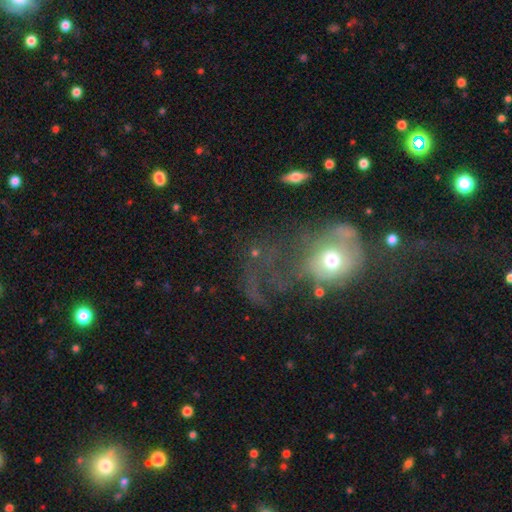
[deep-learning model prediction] A smooth galaxy with no disk features (45%).

Vote fractions:
- Smooth or featured? smooth: 45% / featured or disk: 35% / star or artifact: 20%
- Merging? major disturbance: 58% / none: 19% / minor disturbance: 12% / merger: 11%